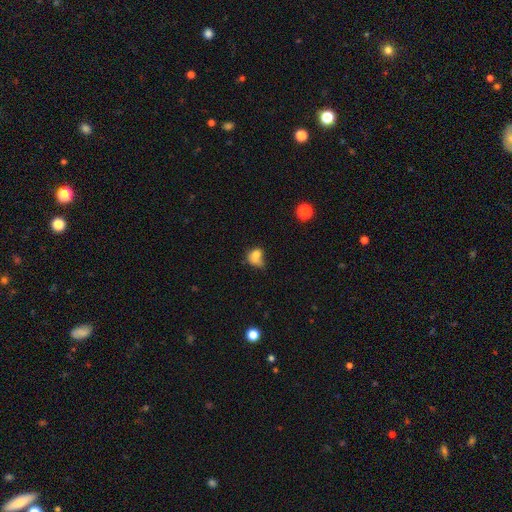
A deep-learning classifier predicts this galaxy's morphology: The model was most divided on "merging": none: 28%, minor disturbance: 25%, major disturbance: 24%, merger: 23%. More confident: smooth or featured — smooth (71%); how rounded — in between (51%).